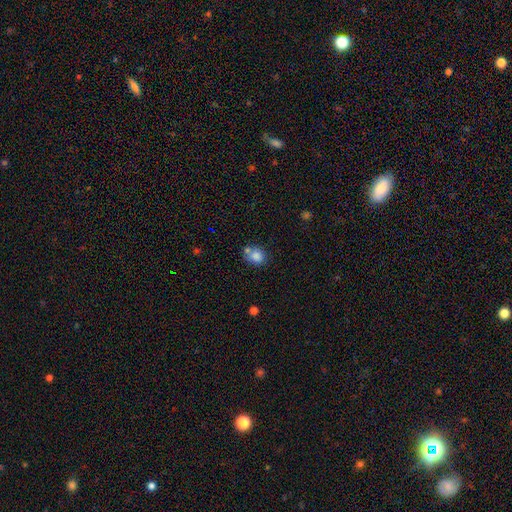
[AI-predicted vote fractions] Q: Smooth or featured?
A: smooth (81%); runner-up: star or artifact (10%)
Q: How rounded?
A: round (63%); runner-up: in between (36%)
Q: Merging?
A: none (50%); runner-up: merger (29%)